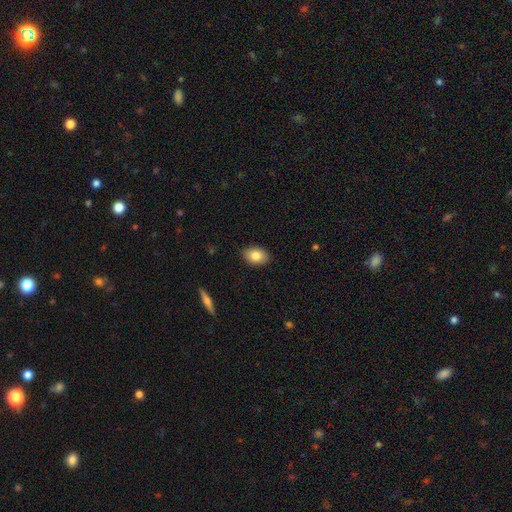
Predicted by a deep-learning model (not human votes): The model was most divided on "how rounded": in between: 83%, round: 15%, cigar-shaped: 1%. More confident: merging — none (87%); smooth or featured — smooth (83%).